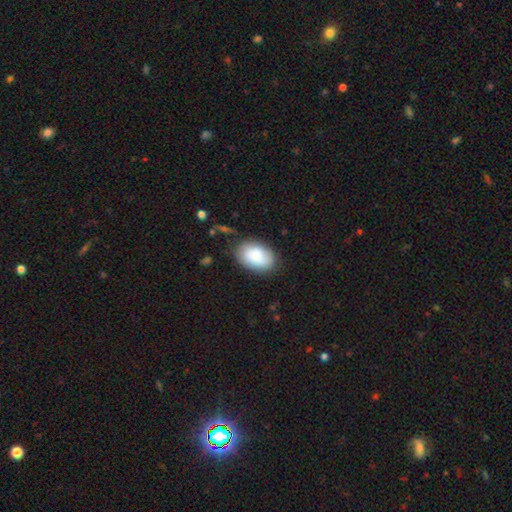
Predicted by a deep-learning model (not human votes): The model was most divided on "merging": none: 78%, minor disturbance: 15%, major disturbance: 4%, merger: 2%. More confident: how rounded — in between (88%); smooth or featured — smooth (86%).